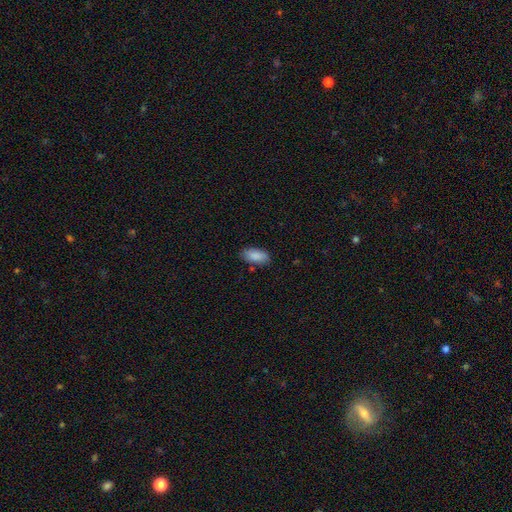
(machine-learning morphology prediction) Smooth or featured? Predicted: smooth (p=0.87). How rounded? Predicted: in between (p=0.91). Merging? Predicted: none (p=0.79).